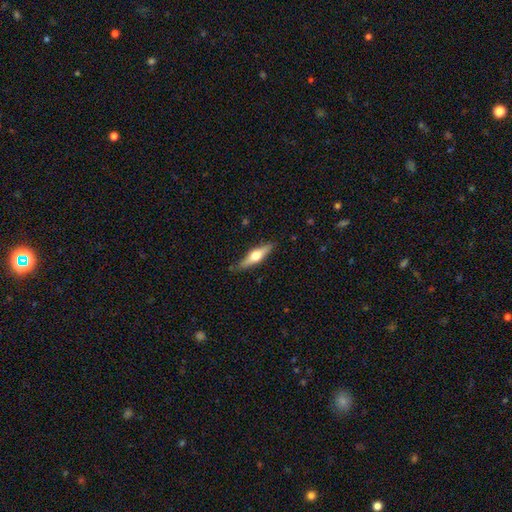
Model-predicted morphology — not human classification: smooth-or-featured: featured or disk: 55% | smooth: 40% | star or artifact: 5%
  disk-edge-on: yes: 94% | no: 6%
    edge-on-bulge: rounded: 94% | boxy: 4% | none: 2%
  merging: none: 84% | minor disturbance: 12% | major disturbance: 2% | merger: 2%